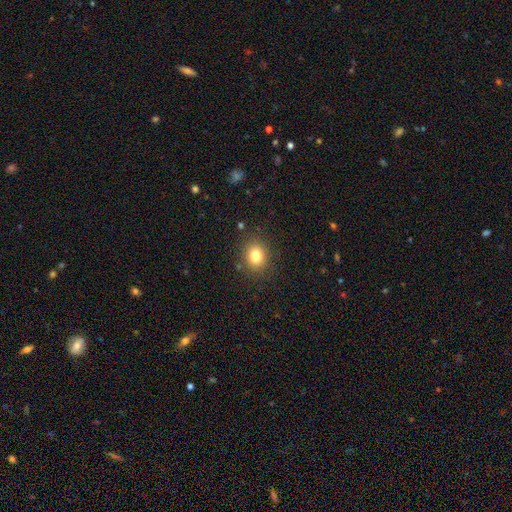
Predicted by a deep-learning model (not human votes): smooth_or_featured: smooth (p=0.80) [alt: star or artifact p=0.12]
how_rounded: round (p=0.66) [alt: in between p=0.33]
merging: none (p=0.87) [alt: minor disturbance p=0.09]